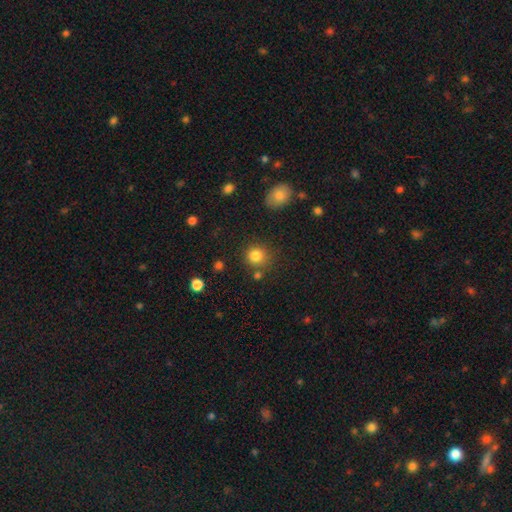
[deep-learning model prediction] smooth-or-featured: smooth: 82% | star or artifact: 12% | featured or disk: 5%
  how-rounded: round: 89% | in between: 10% | cigar-shaped: 1%
  merging: none: 78% | minor disturbance: 10% | merger: 8% | major disturbance: 4%